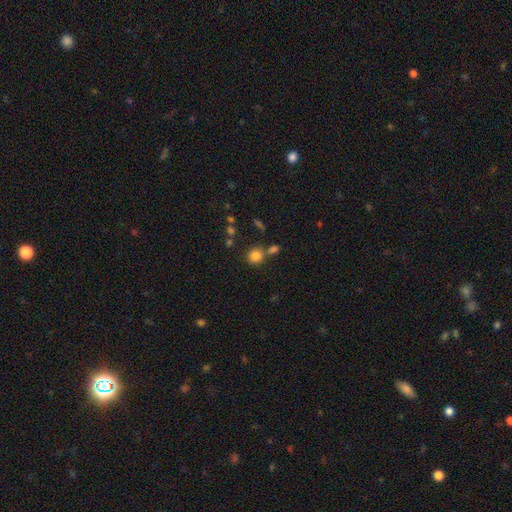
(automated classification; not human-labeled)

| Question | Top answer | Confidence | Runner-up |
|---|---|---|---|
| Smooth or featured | smooth | 81% | star or artifact (12%) |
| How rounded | round | 88% | in between (11%) |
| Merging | none | 65% | merger (21%) |